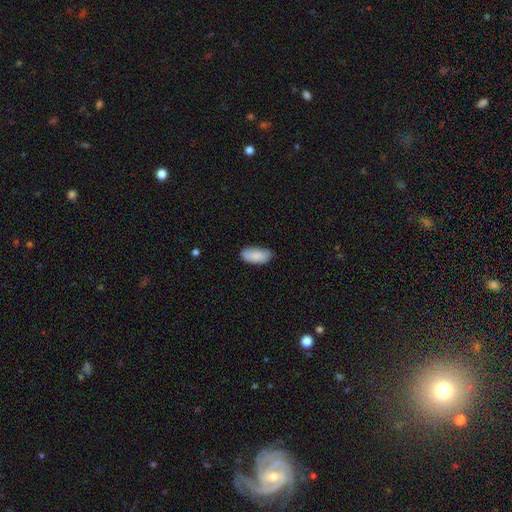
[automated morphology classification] type=smooth (87%); roundness=in between (90%); merging=none (76%).